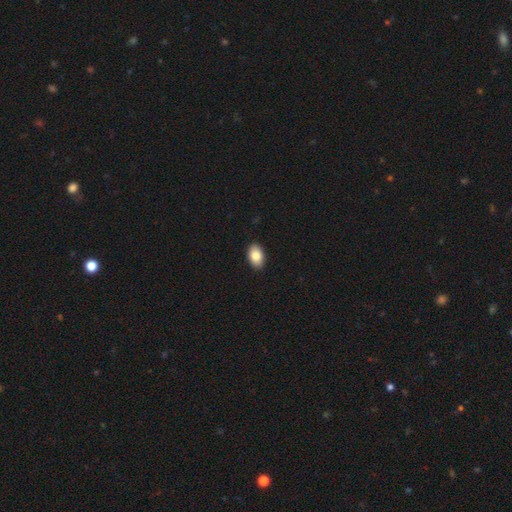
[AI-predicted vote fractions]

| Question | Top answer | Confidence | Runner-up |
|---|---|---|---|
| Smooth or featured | smooth | 84% | featured or disk (9%) |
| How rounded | in between | 91% | round (8%) |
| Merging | none | 91% | minor disturbance (7%) |